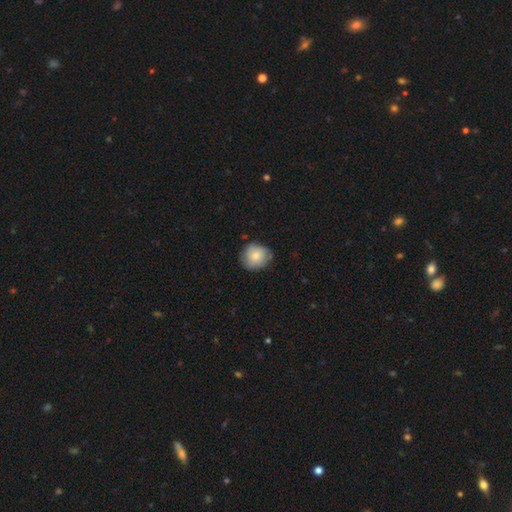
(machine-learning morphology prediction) smooth-or-featured: smooth: 74% | featured or disk: 19% | star or artifact: 7%
  how-rounded: round: 82% | in between: 17% | cigar-shaped: 1%
  merging: none: 73% | minor disturbance: 22% | major disturbance: 4% | merger: 1%